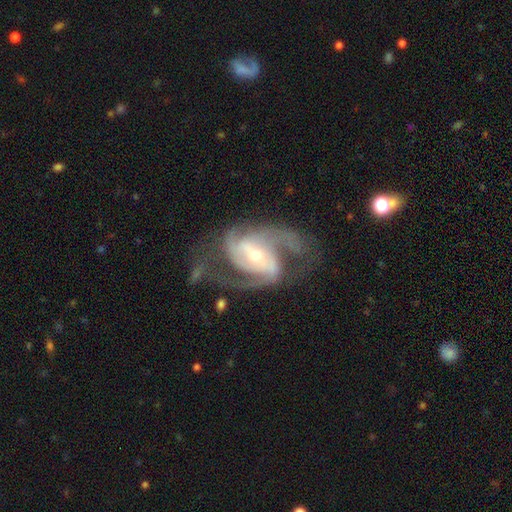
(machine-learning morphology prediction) Smooth or featured?
  - featured or disk: 90% *
  - star or artifact: 5%
  - smooth: 5%
Edge-on disk?
  - no: 97% *
  - yes: 3%
Bar?
  - strong: 39% *
  - weak: 38%
  - no: 23%
Spiral arms?
  - yes: 97% *
  - no: 3%
Spiral winding?
  - medium: 54% *
  - tight: 24%
  - loose: 22%
Spiral arm count?
  - 2: 44% *
  - 3: 35%
  - can't tell: 8%
  - 4: 6%
  - 1: 4%
  - more than 4: 3%
Bulge size?
  - small: 54% *
  - moderate: 41%
  - large: 3%
  - none: 1%
  - dominant: 1%
Merging?
  - none: 56% *
  - major disturbance: 22%
  - minor disturbance: 19%
  - merger: 3%